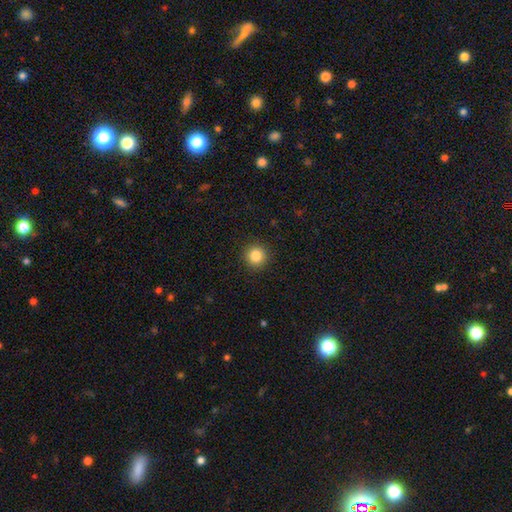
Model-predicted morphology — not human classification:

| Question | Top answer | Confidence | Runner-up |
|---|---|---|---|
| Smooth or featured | smooth | 84% | star or artifact (11%) |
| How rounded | round | 95% | in between (4%) |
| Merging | none | 92% | minor disturbance (5%) |